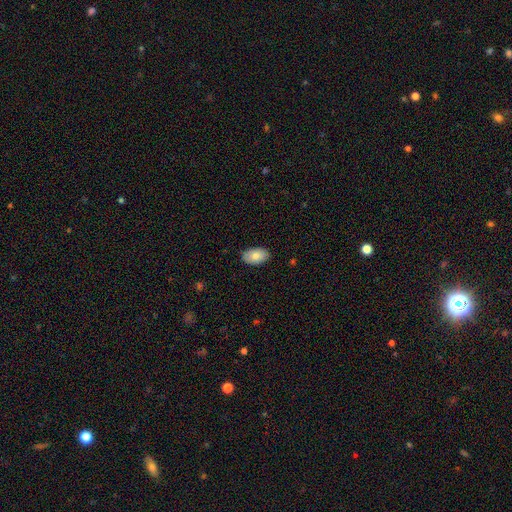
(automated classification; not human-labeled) Overall: smooth (77%). How rounded: in between (92%). Merging: none (86%).